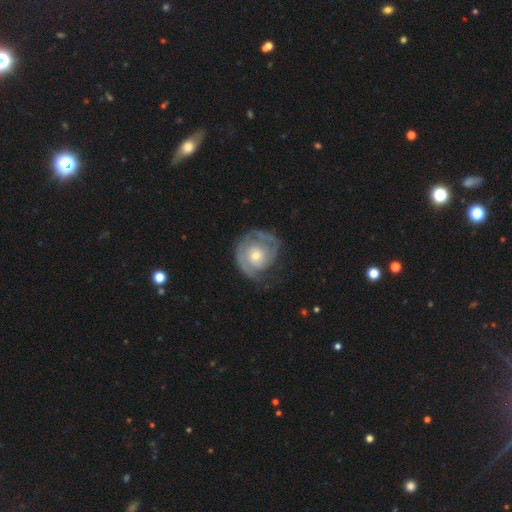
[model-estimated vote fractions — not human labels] Q: Smooth or featured?
A: featured or disk (78%); runner-up: smooth (17%)
Q: Edge-on disk?
A: no (98%); runner-up: yes (2%)
Q: Bar?
A: no (79%); runner-up: weak (17%)
Q: Spiral arms?
A: yes (87%); runner-up: no (13%)
Q: Spiral winding?
A: tight (66%); runner-up: medium (25%)
Q: Spiral arm count?
A: 2 (41%); runner-up: can't tell (28%)
Q: Bulge size?
A: moderate (50%); runner-up: small (43%)
Q: Merging?
A: none (60%); runner-up: minor disturbance (23%)